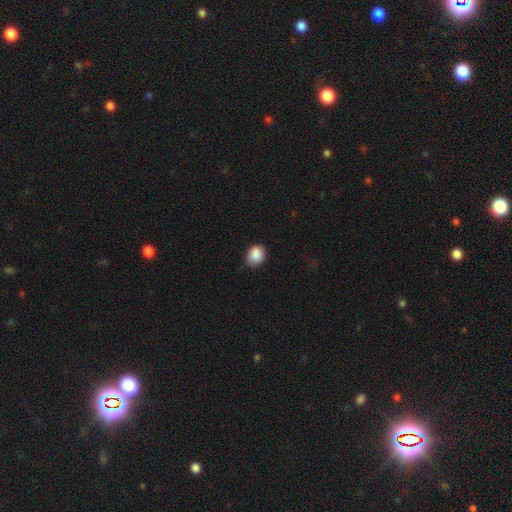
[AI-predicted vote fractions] smooth_or_featured: smooth (p=0.88) [alt: star or artifact p=0.08]
how_rounded: round (p=0.54) [alt: in between p=0.45]
merging: none (p=0.75) [alt: minor disturbance p=0.20]